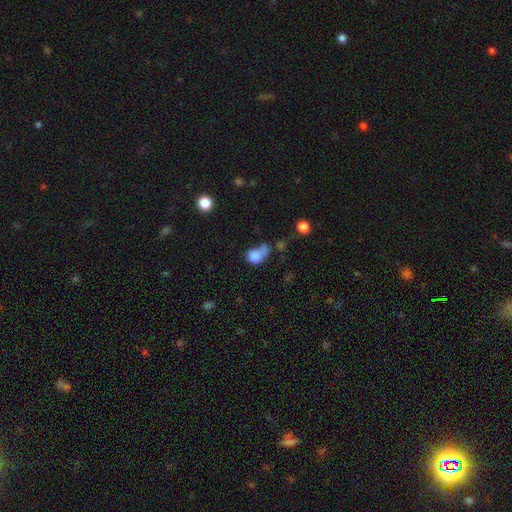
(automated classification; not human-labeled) smooth_or_featured: smooth (p=0.78) [alt: star or artifact p=0.11]
how_rounded: round (p=0.56) [alt: in between p=0.42]
merging: merger (p=0.38) [alt: none p=0.26]